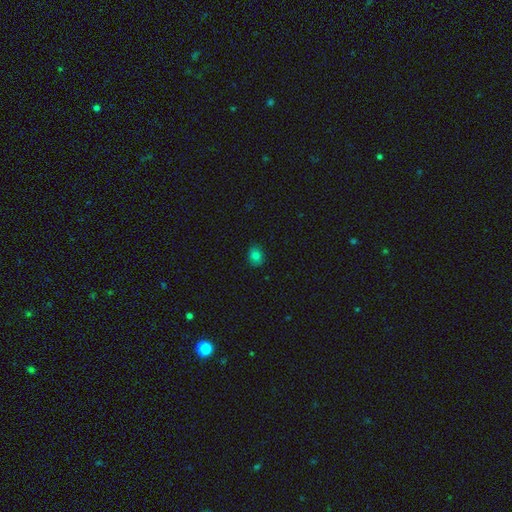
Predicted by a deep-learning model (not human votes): Smooth or featured: smooth — 81% (star or artifact — 13%)
How rounded: round — 51% (in between — 48%)
Merging: none — 86% (minor disturbance — 11%)